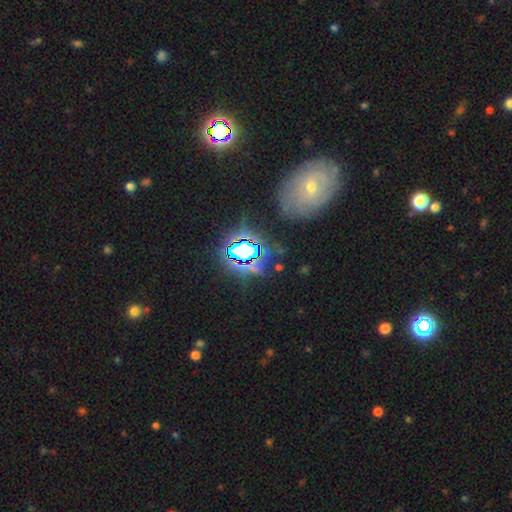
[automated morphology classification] The model was most divided on "smooth or featured": star or artifact: 69%, smooth: 16%, featured or disk: 15%.